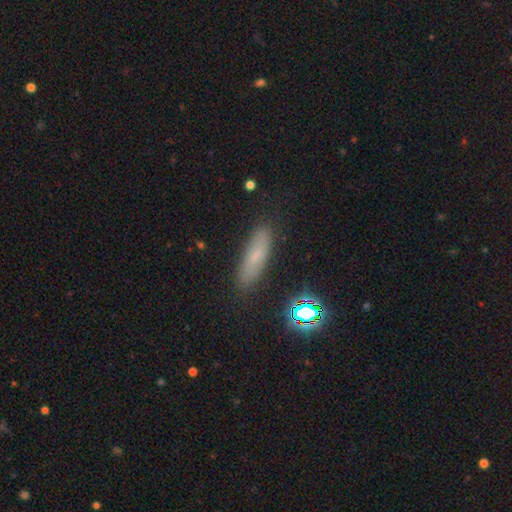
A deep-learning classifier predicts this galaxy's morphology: Smooth or featured? Predicted: smooth (p=0.67). How rounded? Predicted: cigar-shaped (p=0.61). Merging? Predicted: none (p=0.83).